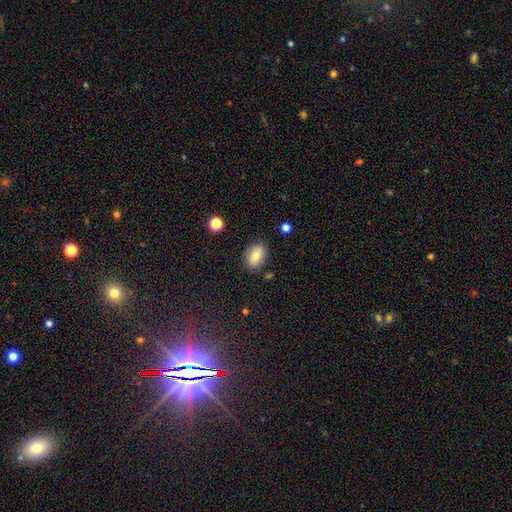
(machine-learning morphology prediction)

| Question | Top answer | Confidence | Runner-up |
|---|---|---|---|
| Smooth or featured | smooth | 77% | featured or disk (14%) |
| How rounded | in between | 80% | round (18%) |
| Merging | none | 85% | minor disturbance (11%) |